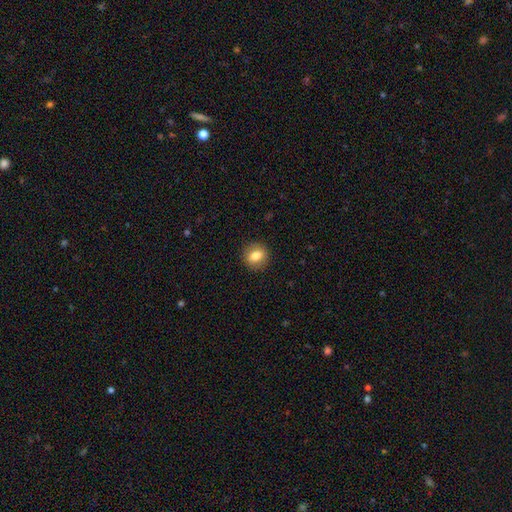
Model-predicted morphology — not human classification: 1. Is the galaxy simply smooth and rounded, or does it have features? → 80% smooth, 11% featured or disk, 9% star or artifact.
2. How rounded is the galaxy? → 72% round, 27% in between, 1% cigar-shaped.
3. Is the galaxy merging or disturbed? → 90% none, 7% minor disturbance, 2% major disturbance, 1% merger.